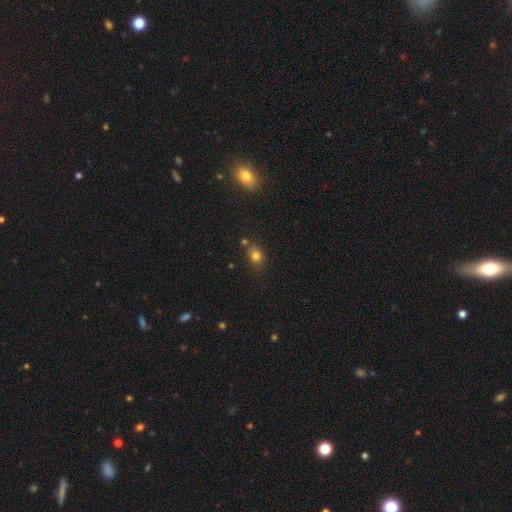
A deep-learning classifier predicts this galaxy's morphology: Smooth or featured?
  - smooth: 77% *
  - star or artifact: 14%
  - featured or disk: 9%
How rounded?
  - in between: 53% *
  - round: 45%
  - cigar-shaped: 2%
Merging?
  - none: 67% *
  - minor disturbance: 17%
  - merger: 12%
  - major disturbance: 5%